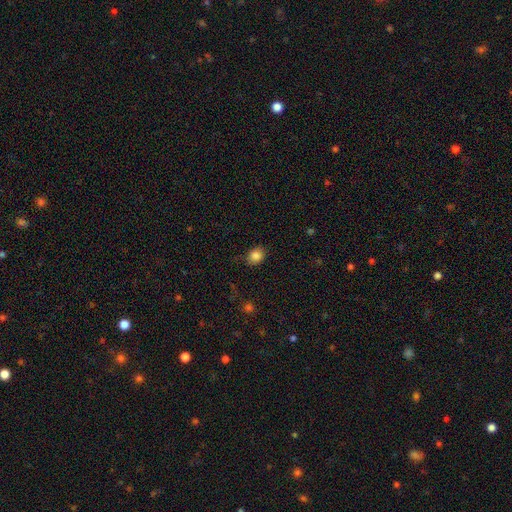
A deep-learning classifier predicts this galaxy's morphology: Smooth or featured: smooth — 85% (star or artifact — 10%)
How rounded: round — 57% (in between — 42%)
Merging: none — 77% (minor disturbance — 18%)